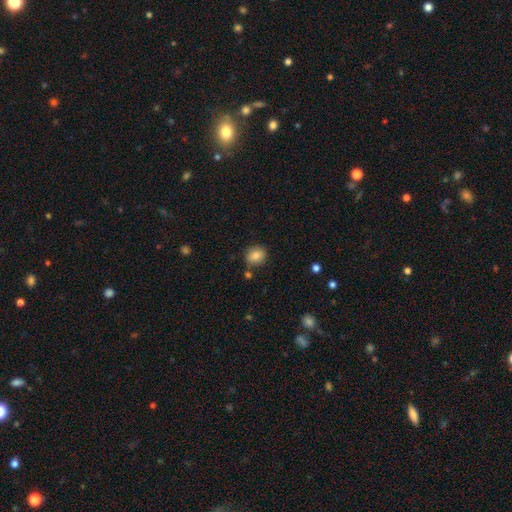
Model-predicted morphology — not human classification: A smooth galaxy with no disk features (85%) that is round (69%).

Vote fractions:
- Smooth or featured? smooth: 85% / star or artifact: 9% / featured or disk: 6%
- How rounded? round: 69% / in between: 30% / cigar-shaped: 1%
- Merging? none: 79% / minor disturbance: 13% / merger: 5% / major disturbance: 3%